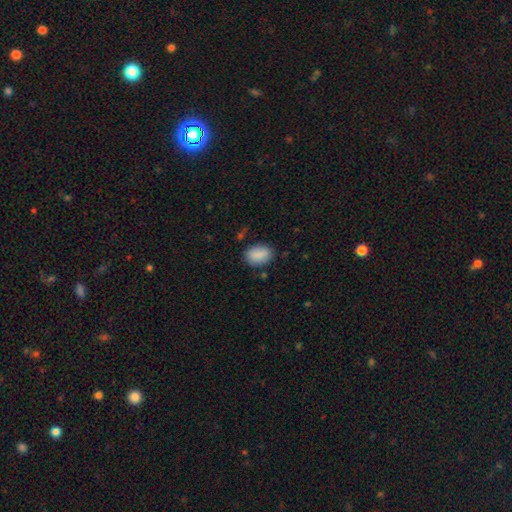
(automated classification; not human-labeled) A smooth galaxy with no disk features (87%) that is in between round and cigar-shaped (82%). Merging: none (79%).